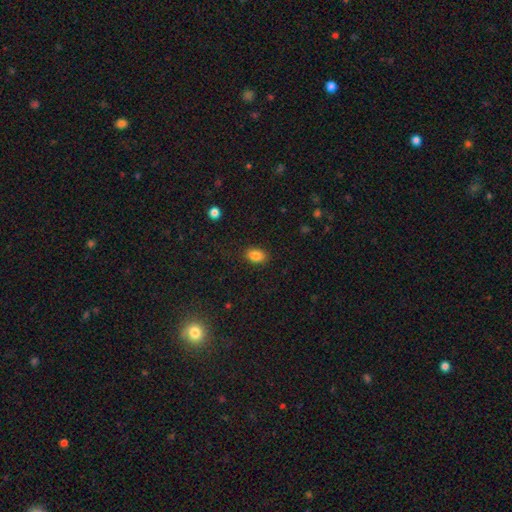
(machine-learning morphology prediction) Smooth or featured? Predicted: smooth (p=0.85). How rounded? Predicted: in between (p=0.83). Merging? Predicted: none (p=0.86).